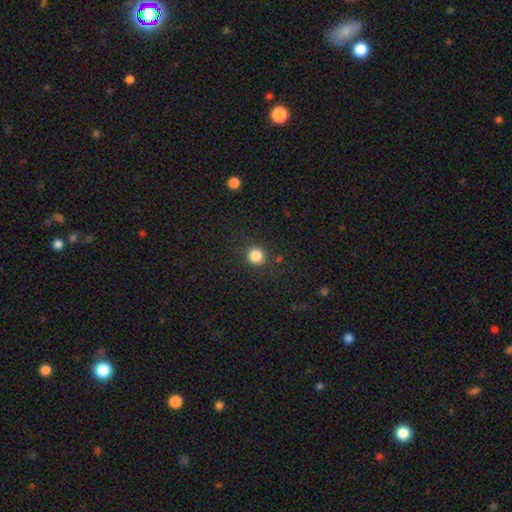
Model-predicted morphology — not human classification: Smooth or featured? smooth (84%)
How rounded? round (92%)
Merging? none (88%)